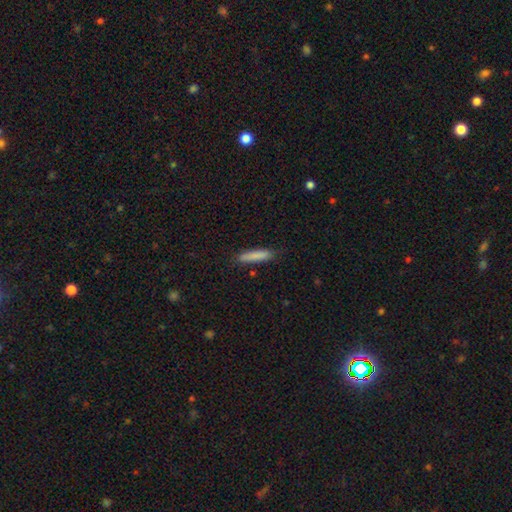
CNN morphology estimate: type=smooth (84%); roundness=cigar-shaped (87%); merging=none (84%).